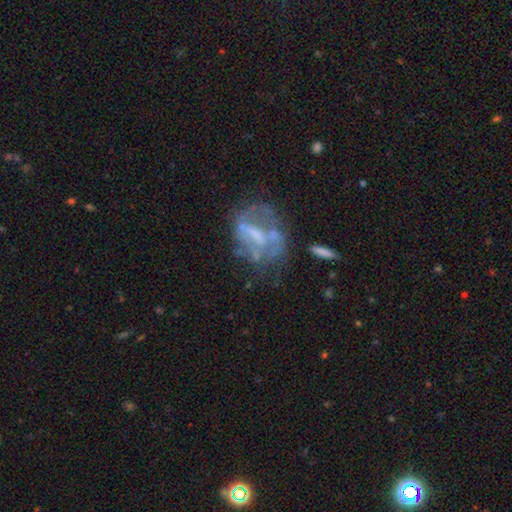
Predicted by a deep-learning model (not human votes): Smooth or featured? featured or disk (67%)
Edge-on disk? no (96%)
Bar? no (41%)
Spiral arms? no (73%)
Bulge size? none (45%)
Merging? none (40%)